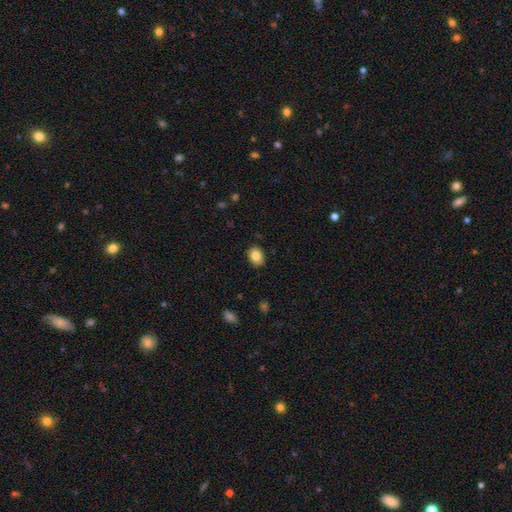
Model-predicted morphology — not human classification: Smooth or featured? Predicted: smooth (p=0.83). How rounded? Predicted: in between (p=0.68). Merging? Predicted: none (p=0.87).